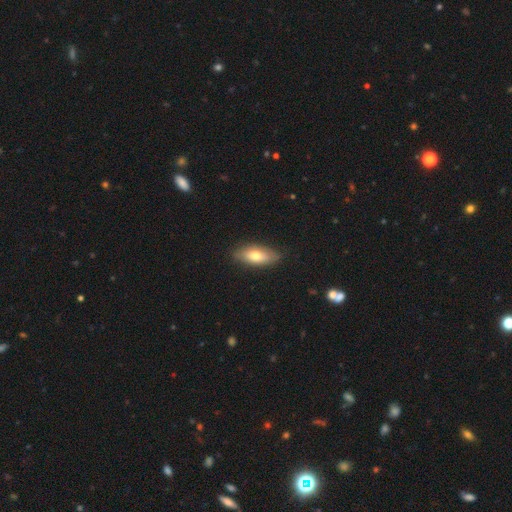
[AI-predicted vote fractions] A smooth galaxy with no disk features (71%) that is in between round and cigar-shaped (80%). Merging: none (83%).